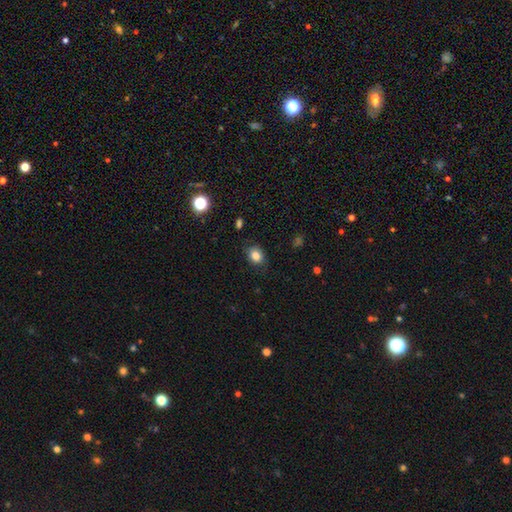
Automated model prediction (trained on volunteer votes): smooth-or-featured: smooth: 83% | star or artifact: 11% | featured or disk: 6%
  how-rounded: in between: 51% | round: 48% | cigar-shaped: 1%
  merging: none: 81% | minor disturbance: 14% | major disturbance: 3% | merger: 1%